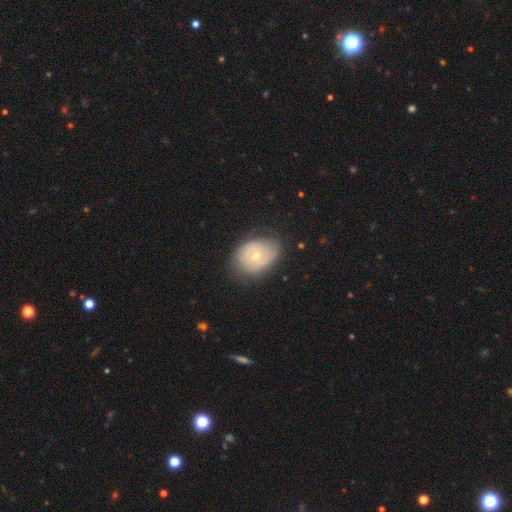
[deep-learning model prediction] Smooth or featured: featured or disk — 62% (smooth — 32%)
Edge-on disk: no — 95% (yes — 5%)
Bar: no — 77% (weak — 18%)
Spiral arms: yes — 54% (no — 46%)
Bulge size: moderate — 53% (small — 43%)
Merging: none — 71% (minor disturbance — 21%)